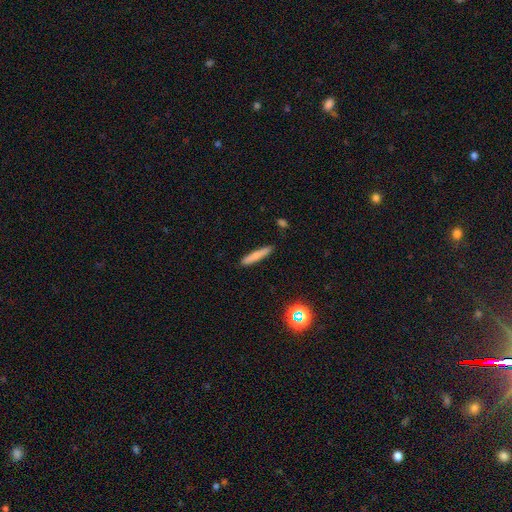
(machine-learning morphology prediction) type=smooth (76%); roundness=cigar-shaped (92%); merging=none (87%).